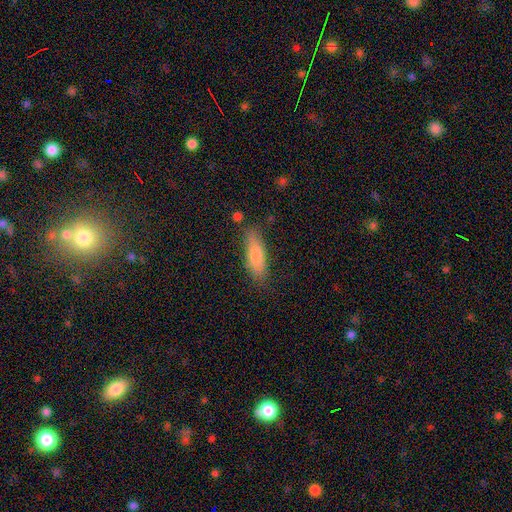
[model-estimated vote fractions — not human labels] This appears to be a smooth galaxy with no disk features (79%) that is cigar-shaped (50%). Merging: none (77%).